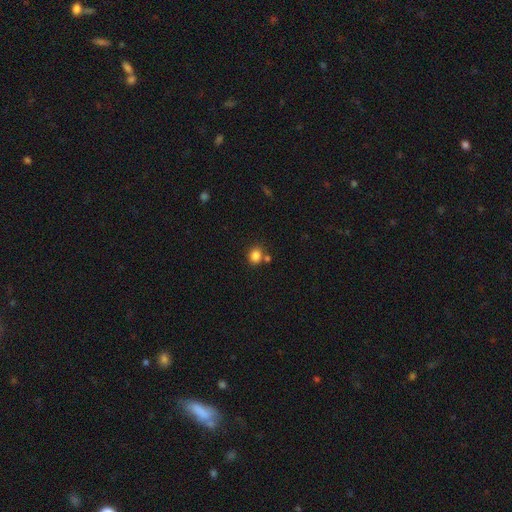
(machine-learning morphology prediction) This appears to be a smooth galaxy with no disk features (84%) that is round (63%). Merging: none (68%).